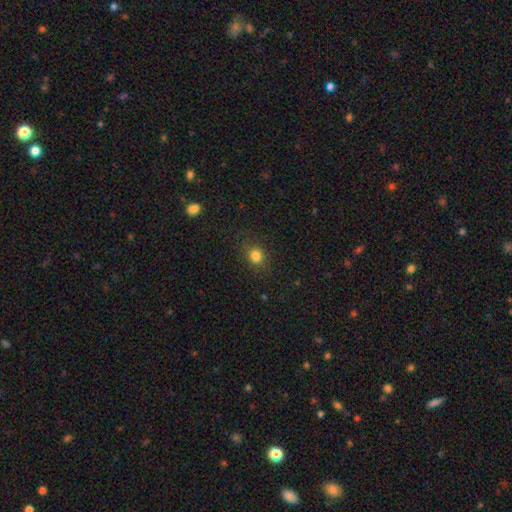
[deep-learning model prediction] Smooth or featured? Predicted: smooth (p=0.81). How rounded? Predicted: round (p=0.65). Merging? Predicted: none (p=0.82).